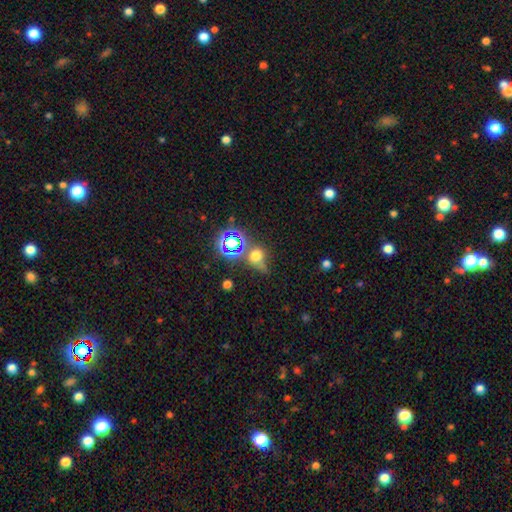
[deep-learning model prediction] Morphology: type=smooth (57%); roundness=round (77%); merging=none (56%).